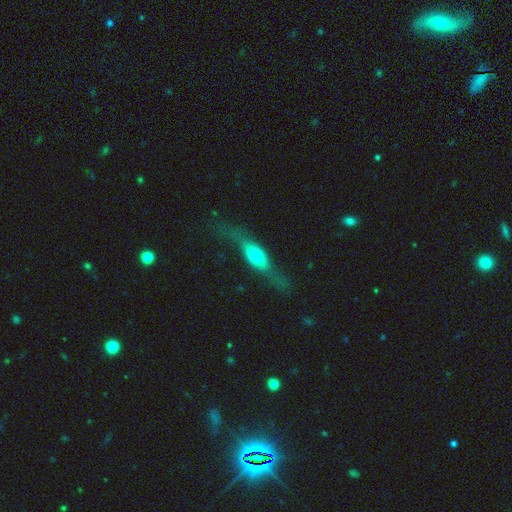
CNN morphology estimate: Smooth or featured?
  - featured or disk: 49% *
  - smooth: 44%
  - star or artifact: 7%
Merging?
  - none: 63% *
  - minor disturbance: 20%
  - major disturbance: 15%
  - merger: 2%